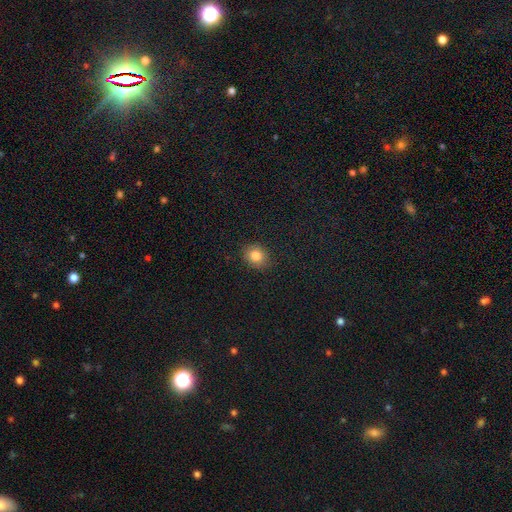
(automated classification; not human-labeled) smooth_or_featured: smooth (p=0.83) [alt: star or artifact p=0.11]
how_rounded: round (p=0.65) [alt: in between p=0.34]
merging: none (p=0.86) [alt: minor disturbance p=0.10]